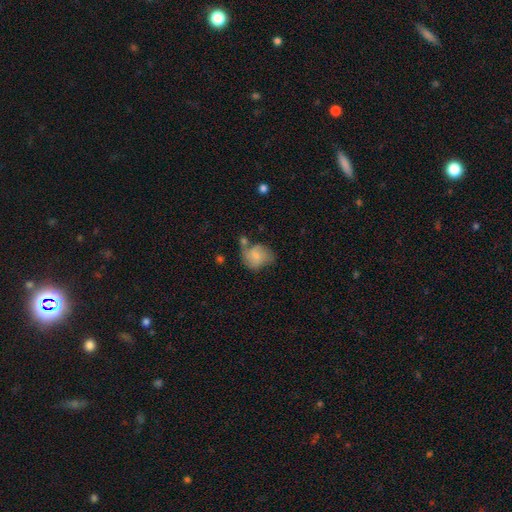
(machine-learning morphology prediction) A smooth galaxy with no disk features (60%) that is round (59%).

Vote fractions:
- Smooth or featured? smooth: 60% / featured or disk: 32% / star or artifact: 8%
- How rounded? round: 59% / in between: 40% / cigar-shaped: 1%
- Merging? none: 39% / minor disturbance: 28% / merger: 20% / major disturbance: 14%